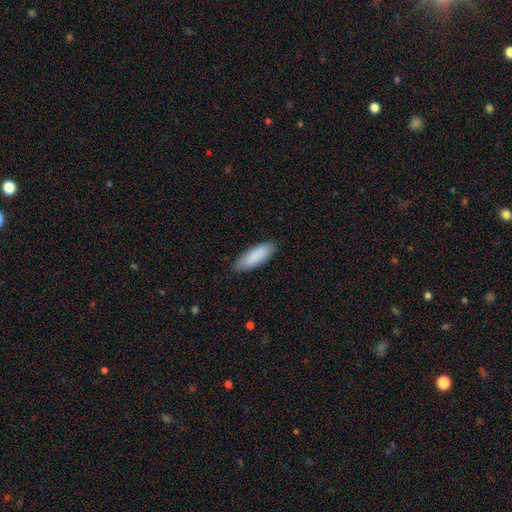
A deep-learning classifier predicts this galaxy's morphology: smooth 89%, featured or disk 6%, star or artifact 5%. Down the decision tree: how rounded — in between (64%); merging — none (86%).